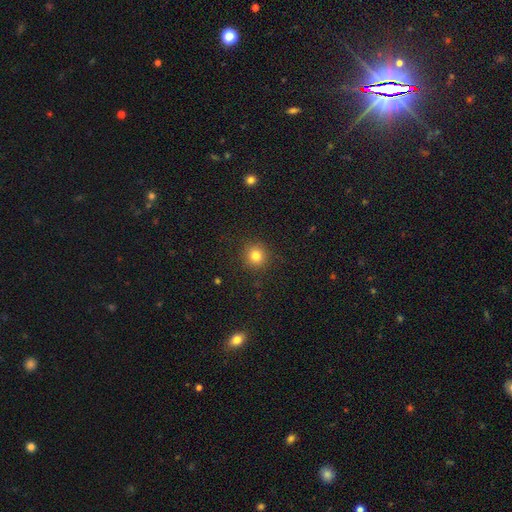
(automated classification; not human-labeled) The model was most divided on "smooth or featured": smooth: 80%, star or artifact: 13%, featured or disk: 6%. More confident: how rounded — round (93%); merging — none (90%).